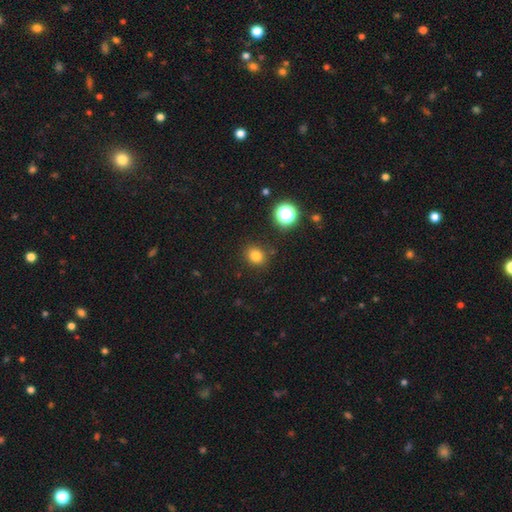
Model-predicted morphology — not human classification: Smooth or featured: smooth — 79% (star or artifact — 16%)
How rounded: round — 69% (in between — 30%)
Merging: none — 84% (minor disturbance — 10%)